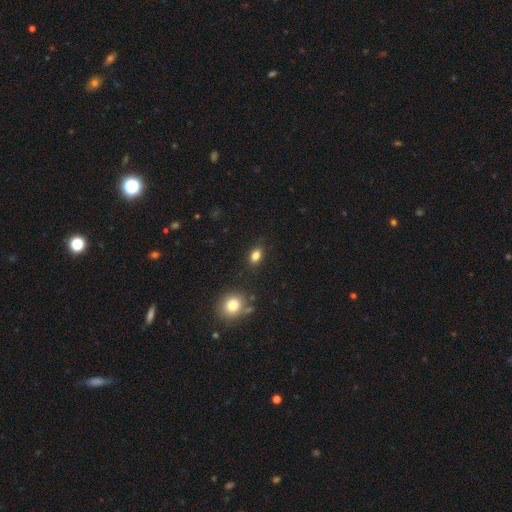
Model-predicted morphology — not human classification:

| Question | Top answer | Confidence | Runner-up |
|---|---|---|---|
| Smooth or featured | smooth | 83% | star or artifact (10%) |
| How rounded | in between | 80% | round (18%) |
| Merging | none | 83% | minor disturbance (11%) |